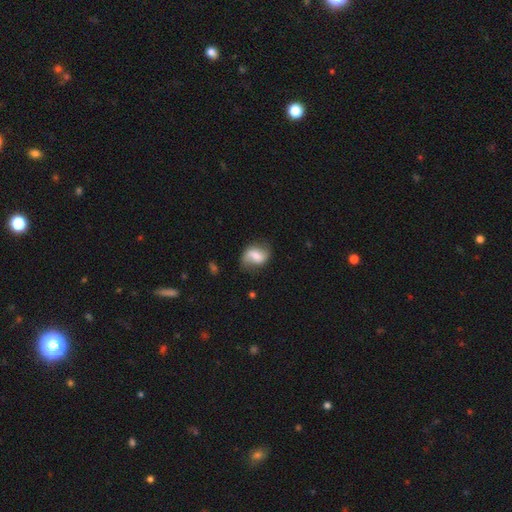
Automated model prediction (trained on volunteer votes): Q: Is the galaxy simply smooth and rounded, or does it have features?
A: featured or disk — 56%.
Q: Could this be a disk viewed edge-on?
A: no — 97%.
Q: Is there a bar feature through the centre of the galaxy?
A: weak — 45%.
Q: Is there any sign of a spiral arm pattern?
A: yes — 88%.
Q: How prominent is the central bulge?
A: moderate — 42%.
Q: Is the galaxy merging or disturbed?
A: none — 65%.